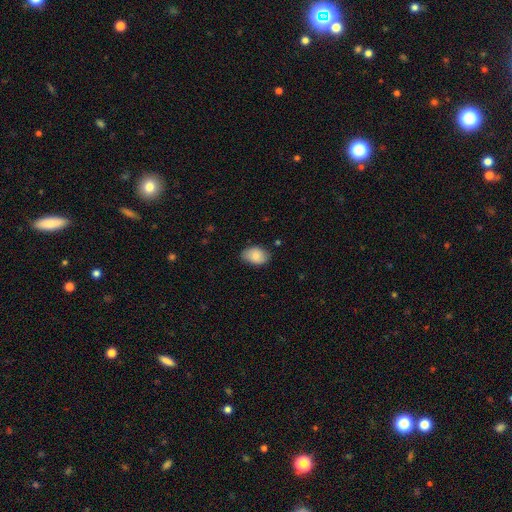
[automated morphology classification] A smooth galaxy with no disk features (85%) that is in between round and cigar-shaped (86%). Merging: none (80%).